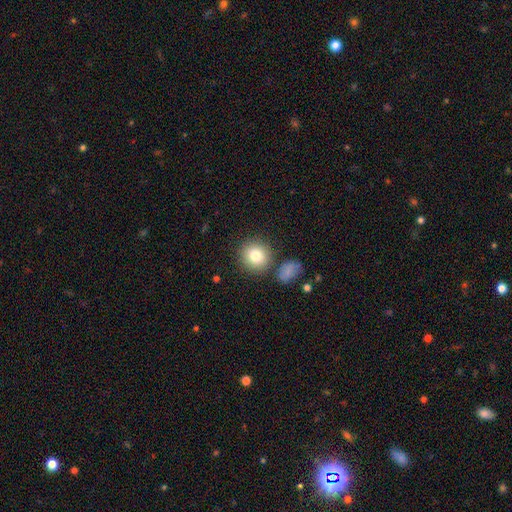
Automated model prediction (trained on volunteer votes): smooth 82%, star or artifact 9%, featured or disk 9%. Down the decision tree: how rounded — round (89%); merging — none (78%).